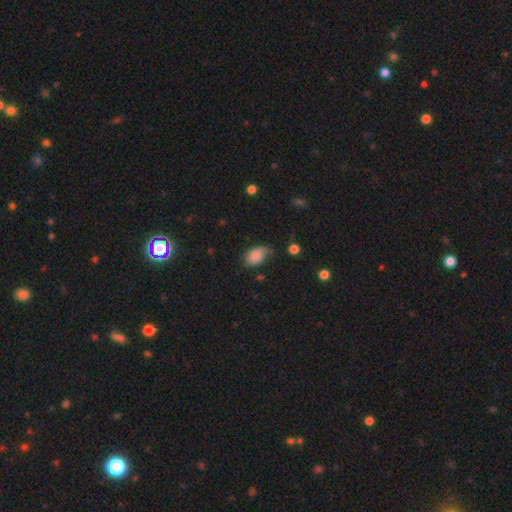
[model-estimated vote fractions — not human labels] Morphology: type=smooth (81%); roundness=in between (82%); merging=none (41%).